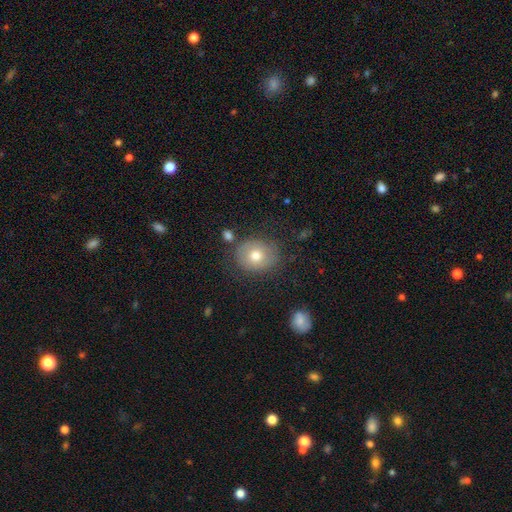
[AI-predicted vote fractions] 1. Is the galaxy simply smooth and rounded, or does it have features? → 70% smooth, 20% featured or disk, 9% star or artifact.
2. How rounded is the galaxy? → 56% round, 43% in between, 1% cigar-shaped.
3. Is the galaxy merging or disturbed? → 76% none, 15% minor disturbance, 5% major disturbance, 4% merger.